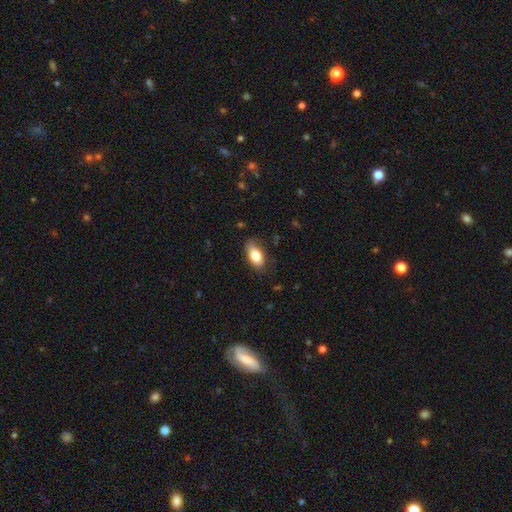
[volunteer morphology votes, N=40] smooth_or_featured: smooth (p=0.88) [alt: star or artifact p=0.10]
how_rounded: in between (p=1.00)
merging: none (p=0.75) [alt: minor disturbance p=0.22]